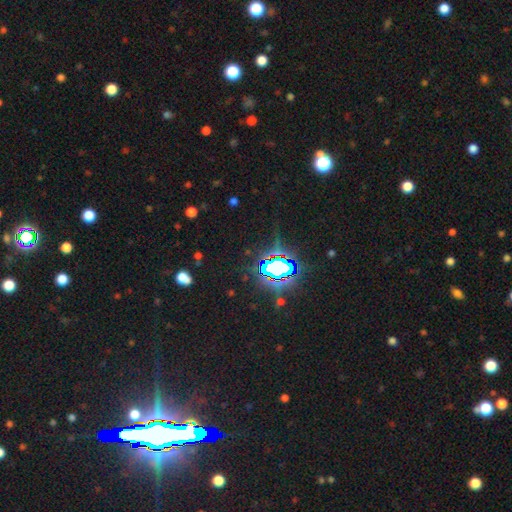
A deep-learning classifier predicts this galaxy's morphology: type=star or artifact (84%).